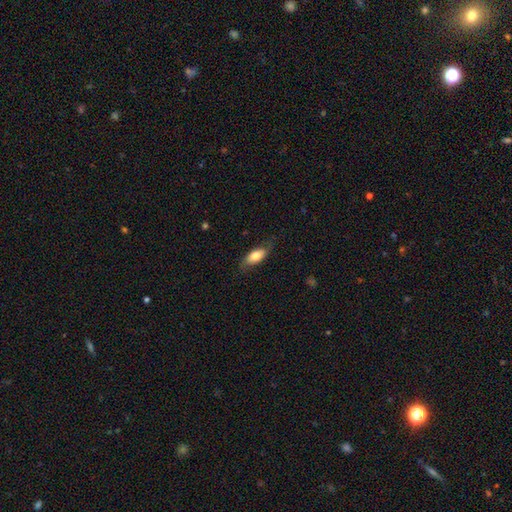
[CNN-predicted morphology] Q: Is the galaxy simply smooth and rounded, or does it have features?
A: smooth — 73%.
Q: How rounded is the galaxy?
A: in between — 83%.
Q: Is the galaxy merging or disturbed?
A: none — 72%.